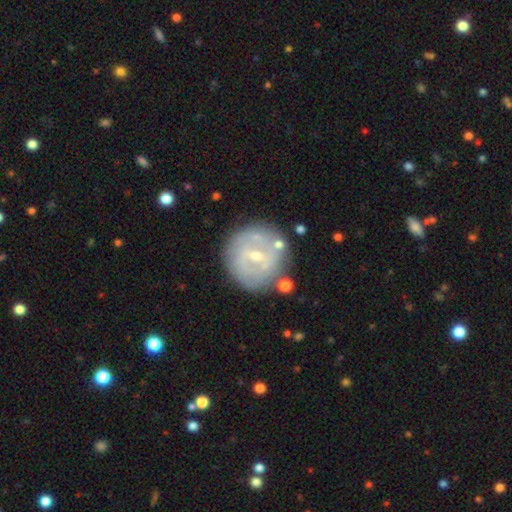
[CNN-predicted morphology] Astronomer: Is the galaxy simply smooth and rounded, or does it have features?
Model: featured or disk — 67%.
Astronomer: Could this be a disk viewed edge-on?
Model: no — 96%.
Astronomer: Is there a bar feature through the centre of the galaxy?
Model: weak — 50% (runner-up: no, 29%).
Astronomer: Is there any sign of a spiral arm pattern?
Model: yes — 69%.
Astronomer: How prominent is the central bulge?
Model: small — 70%.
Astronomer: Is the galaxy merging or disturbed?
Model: none — 78%.